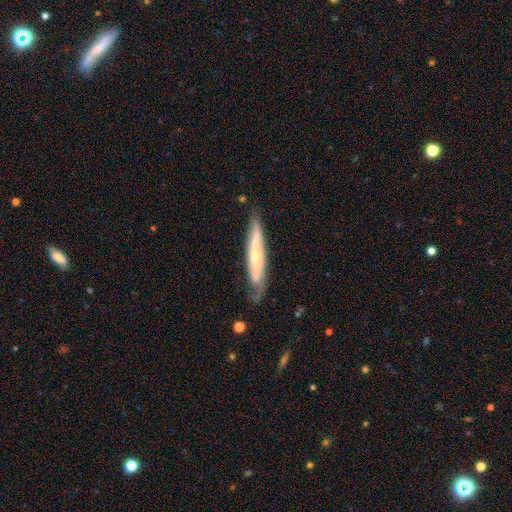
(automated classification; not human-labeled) The model was most divided on "edge-on disk": yes: 57%, no: 43%. More confident: smooth or featured — featured or disk (68%); merging — none (68%).